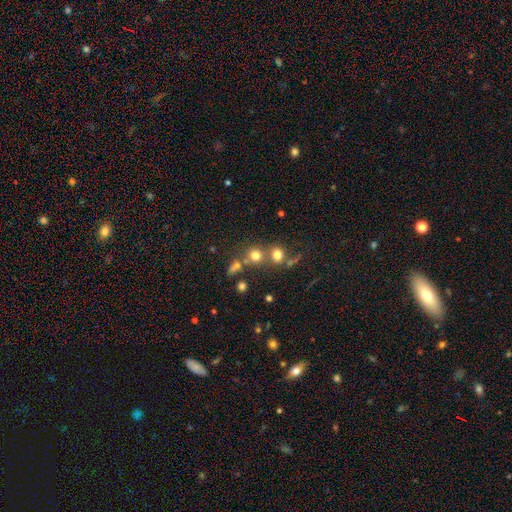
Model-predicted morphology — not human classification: This is likely a smooth galaxy (70%). How rounded: clearly round (83%). Merging: possibly none (53%).